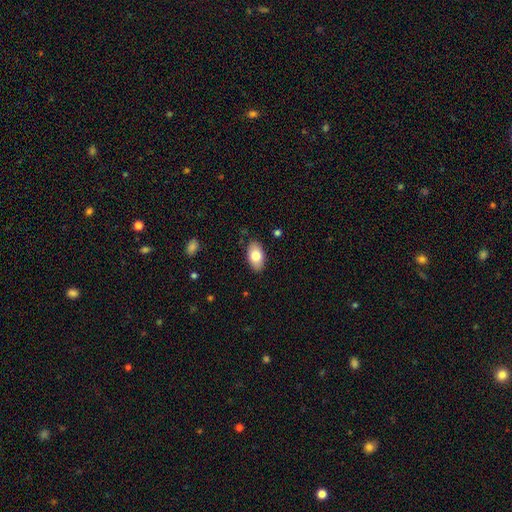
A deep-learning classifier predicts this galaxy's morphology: Overall: smooth (79%). How rounded: in between (94%). Merging: none (86%).